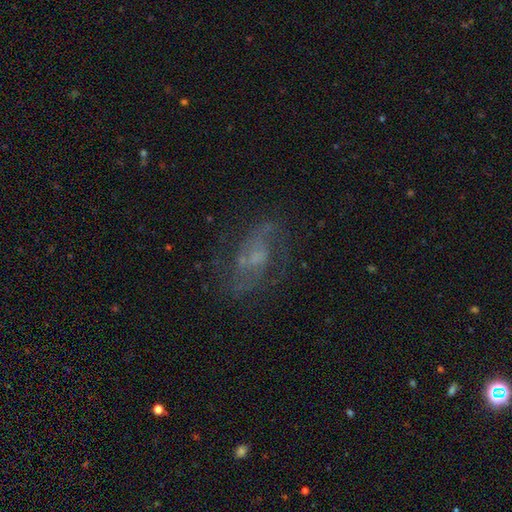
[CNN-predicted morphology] type=featured or disk (72%); edge-on=no (96%); bar=no (51%); spiral arms=yes (85%); winding=medium (49%); arm count=2 (74%); bulge=small (40%); merging=none (66%).